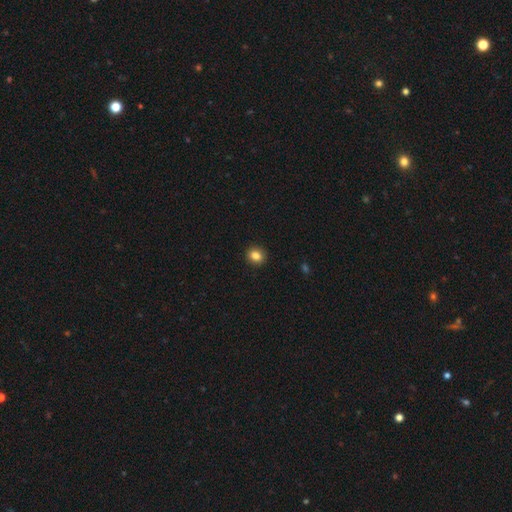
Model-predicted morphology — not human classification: smooth 85%, star or artifact 10%, featured or disk 5%. Down the decision tree: how rounded — round (77%); merging — none (92%).